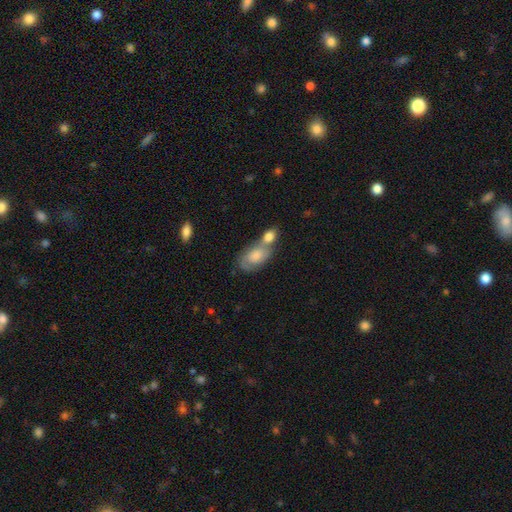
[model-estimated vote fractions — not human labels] smooth-or-featured: smooth: 53% | featured or disk: 39% | star or artifact: 7%
  how-rounded: in between: 87% | round: 10% | cigar-shaped: 3%
  merging: merger: 57% | none: 25% | minor disturbance: 12% | major disturbance: 7%